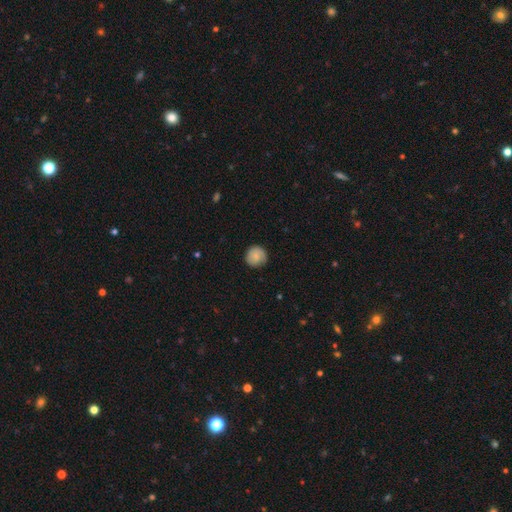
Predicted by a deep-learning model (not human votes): smooth 77%, featured or disk 16%, star or artifact 7%. Down the decision tree: how rounded — round (92%); merging — none (82%).